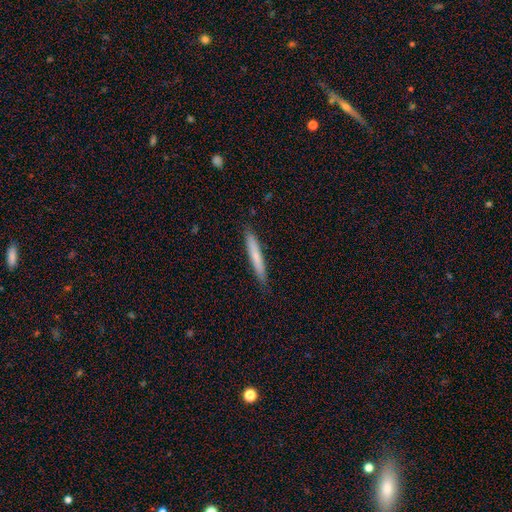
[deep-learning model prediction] This is likely a smooth galaxy (70%). How rounded: clearly cigar-shaped (95%). Merging: clearly none (88%).